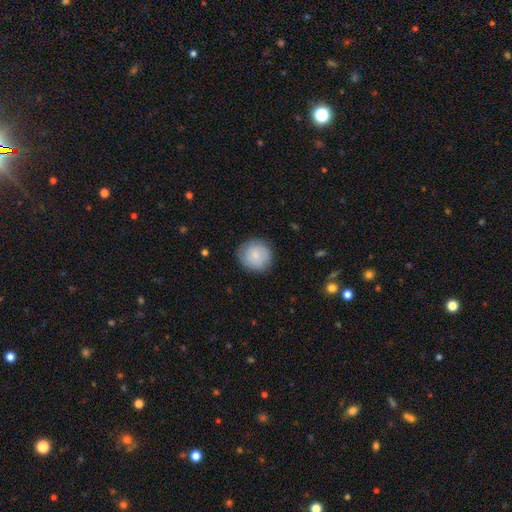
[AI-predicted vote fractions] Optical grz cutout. It shows a smooth galaxy with no disk features (78%) that is round (90%). Merging: none (84%).